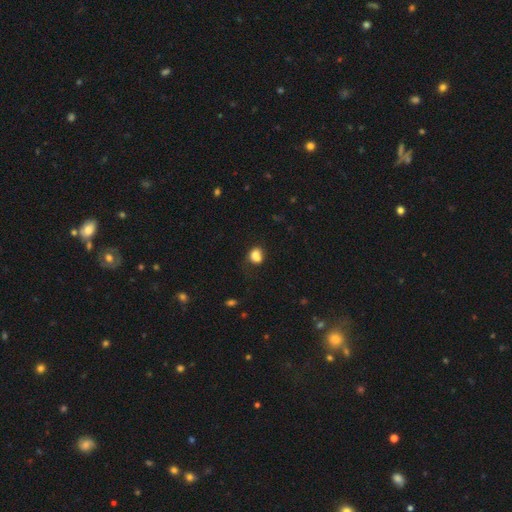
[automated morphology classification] smooth 79%, star or artifact 11%, featured or disk 10%. Down the decision tree: how rounded — round (58%); merging — none (43%).